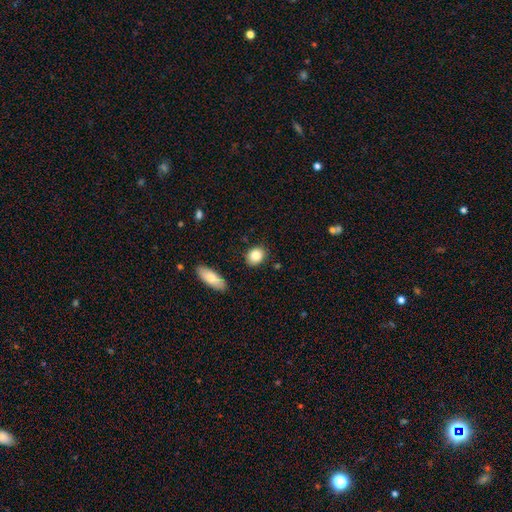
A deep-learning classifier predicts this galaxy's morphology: Smooth or featured? smooth (85%)
How rounded? round (53%)
Merging? none (85%)